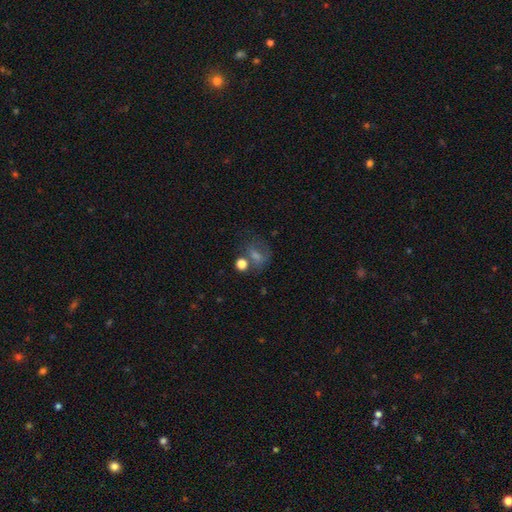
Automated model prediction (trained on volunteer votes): Smooth or featured? smooth (43%)
Merging? none (51%)